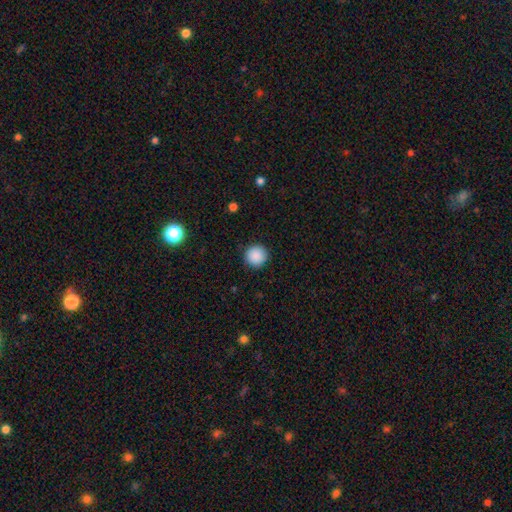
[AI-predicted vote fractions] Smooth or featured? Predicted: smooth (p=0.89). How rounded? Predicted: round (p=0.95). Merging? Predicted: none (p=0.91).